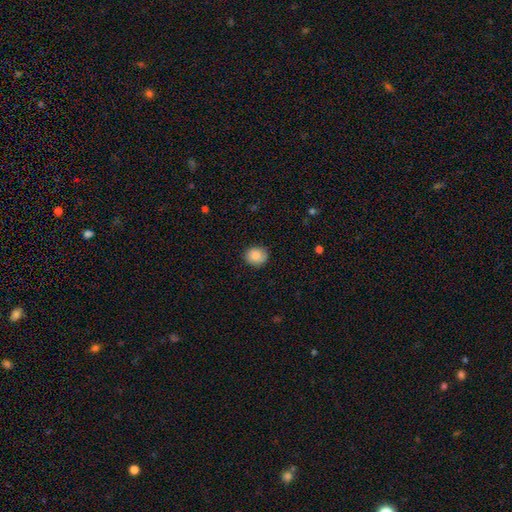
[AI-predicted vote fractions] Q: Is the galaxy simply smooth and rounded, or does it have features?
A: smooth — 85%.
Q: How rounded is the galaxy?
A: round — 71%.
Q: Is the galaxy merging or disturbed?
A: none — 83%.